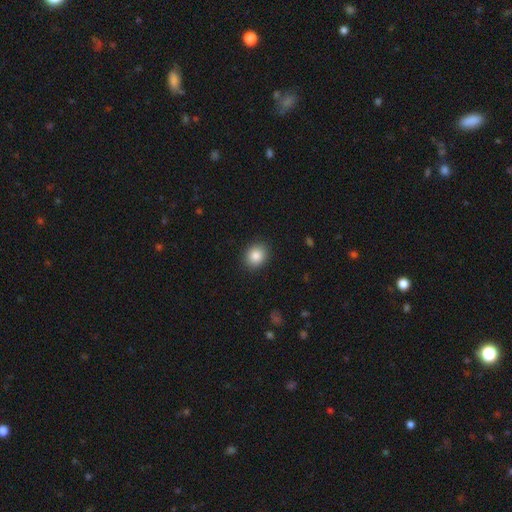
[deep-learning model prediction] Smooth or featured: smooth — 86% (star or artifact — 9%)
How rounded: round — 61% (in between — 38%)
Merging: none — 90% (minor disturbance — 7%)